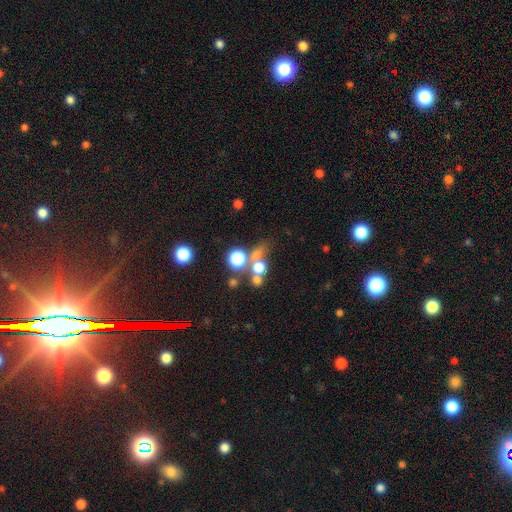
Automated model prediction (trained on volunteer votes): Smooth or featured?
  - smooth: 55% *
  - star or artifact: 28%
  - featured or disk: 17%
How rounded?
  - round: 75% *
  - in between: 22%
  - cigar-shaped: 4%
Merging?
  - none: 45% *
  - merger: 37%
  - minor disturbance: 9%
  - major disturbance: 9%